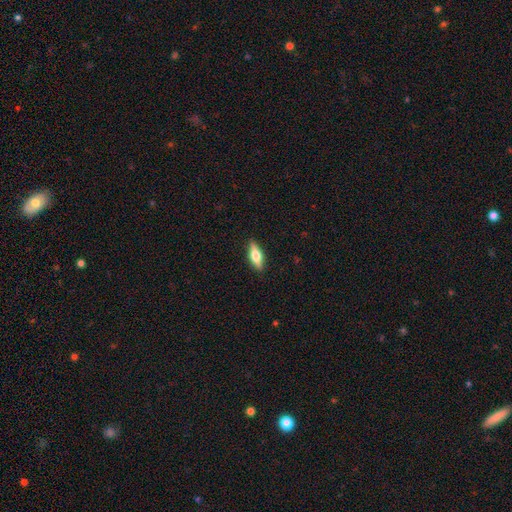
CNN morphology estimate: smooth_or_featured: smooth (p=0.56) [alt: featured or disk p=0.37]
how_rounded: in between (p=0.58) [alt: cigar-shaped p=0.39]
merging: none (p=0.89) [alt: minor disturbance p=0.08]